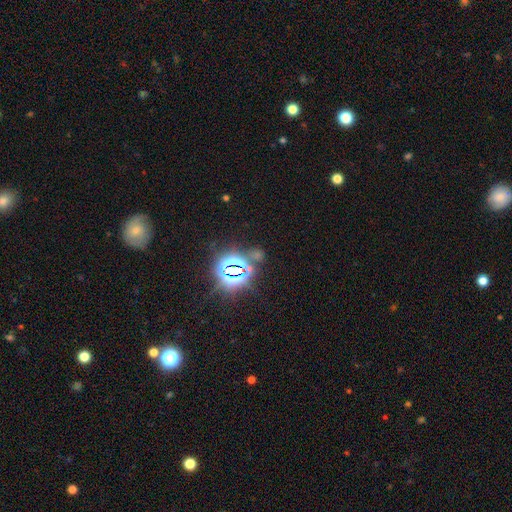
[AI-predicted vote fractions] Morphology: type=star or artifact (78%).